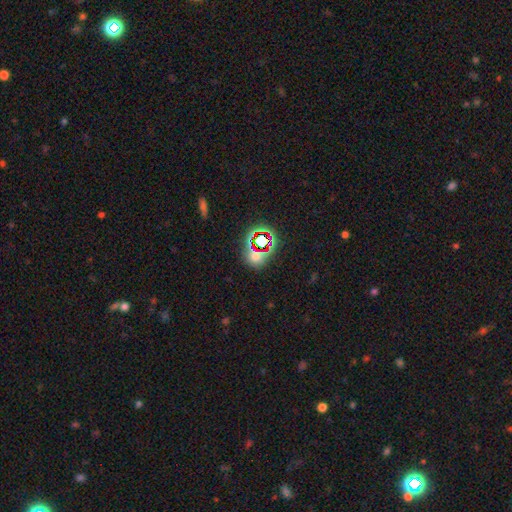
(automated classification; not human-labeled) A star or artifact, not a galaxy (45%).